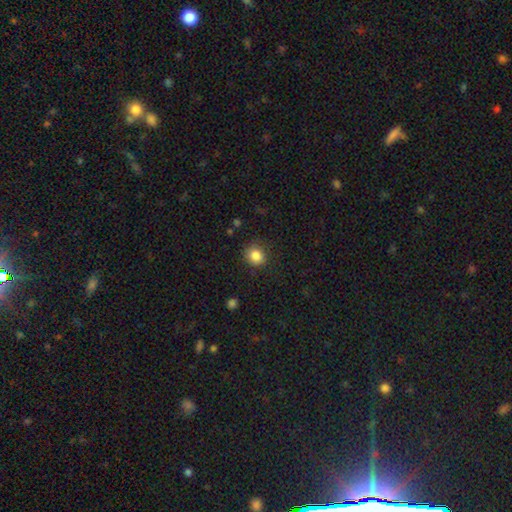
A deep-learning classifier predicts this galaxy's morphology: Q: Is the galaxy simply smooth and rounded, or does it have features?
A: smooth — 85%.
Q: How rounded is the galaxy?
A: round — 77%.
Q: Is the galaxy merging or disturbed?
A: none — 82%.